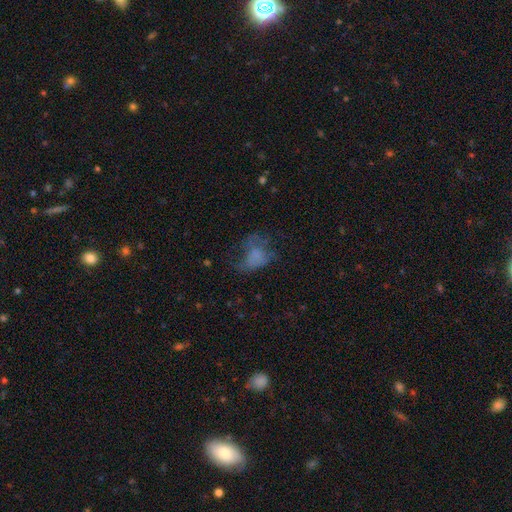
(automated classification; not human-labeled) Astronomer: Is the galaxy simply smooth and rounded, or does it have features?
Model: smooth — 53% (runner-up: featured or disk, 31%).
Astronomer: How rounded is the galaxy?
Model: in between — 68%.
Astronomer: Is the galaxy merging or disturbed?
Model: major disturbance — 44% (runner-up: none, 31%).